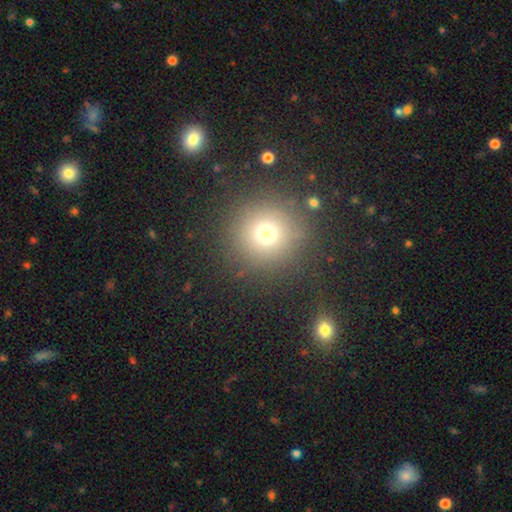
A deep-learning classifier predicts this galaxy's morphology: A smooth galaxy with no disk features (64%) that is round (95%). Merging: none (89%).